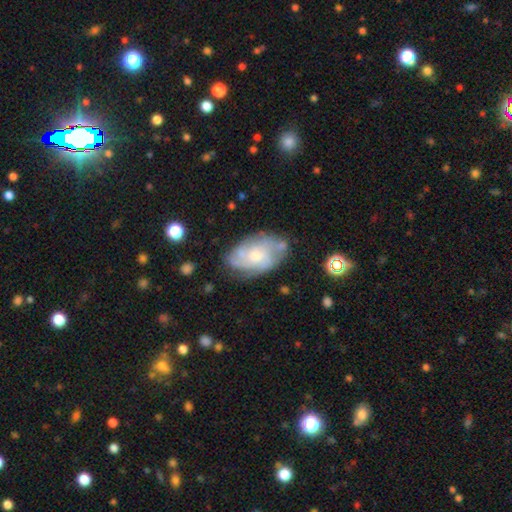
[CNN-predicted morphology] smooth_or_featured: featured or disk (p=0.66) [alt: smooth p=0.27]
disk_edge_on: no (p=0.95) [alt: yes p=0.05]
bar: no (p=0.76) [alt: weak p=0.21]
has_spiral_arms: yes (p=0.82) [alt: no p=0.18]
spiral_winding: tight (p=0.46) [alt: medium p=0.37]
spiral_arm_count: can't tell (p=0.45) [alt: 3 p=0.17]
bulge_size: small (p=0.50) [alt: moderate p=0.42]
merging: none (p=0.66) [alt: minor disturbance p=0.22]